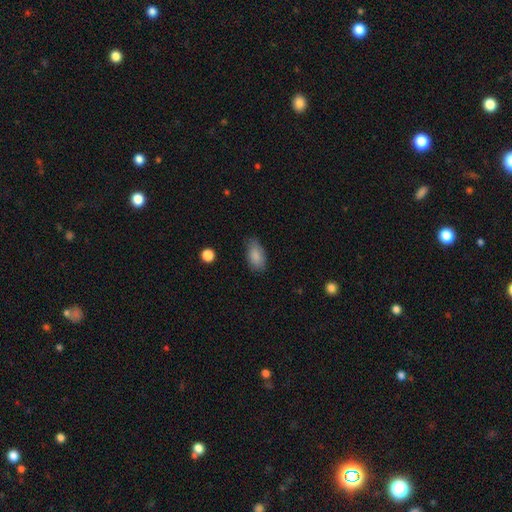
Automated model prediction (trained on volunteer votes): Overall: smooth (86%). How rounded: in between (92%). Merging: none (75%).